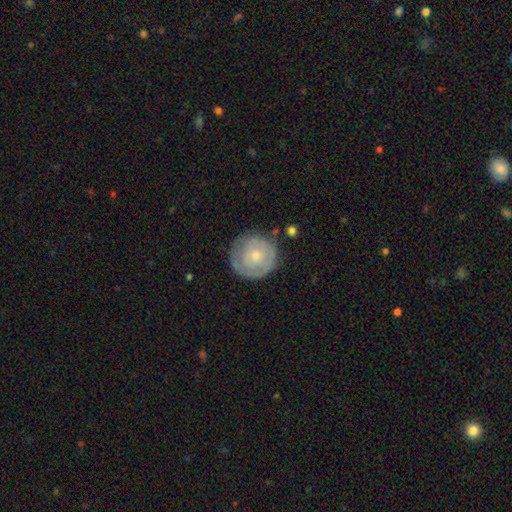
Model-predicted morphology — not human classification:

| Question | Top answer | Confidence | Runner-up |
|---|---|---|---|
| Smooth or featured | smooth | 47% | tied: featured or disk (47%) |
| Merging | none | 75% | minor disturbance (18%) |